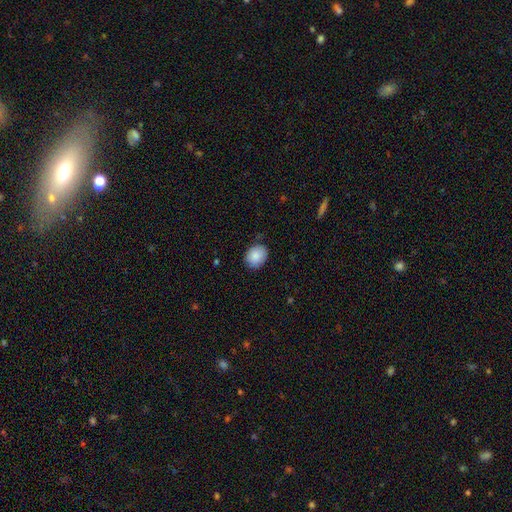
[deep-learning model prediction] Smooth or featured? Predicted: smooth (p=0.88). How rounded? Predicted: in between (p=0.56). Merging? Predicted: none (p=0.81).